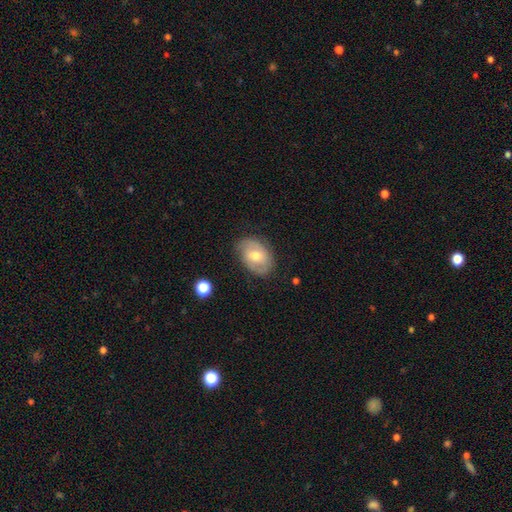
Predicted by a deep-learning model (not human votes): smooth-or-featured: smooth: 50% | featured or disk: 43% | star or artifact: 7%
  merging: none: 74% | minor disturbance: 20% | major disturbance: 5% | merger: 1%